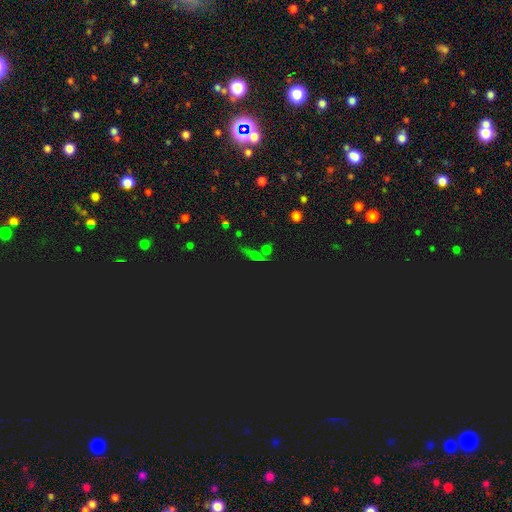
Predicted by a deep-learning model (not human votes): Smooth or featured?
  - star or artifact: 52% *
  - smooth: 31%
  - featured or disk: 17%